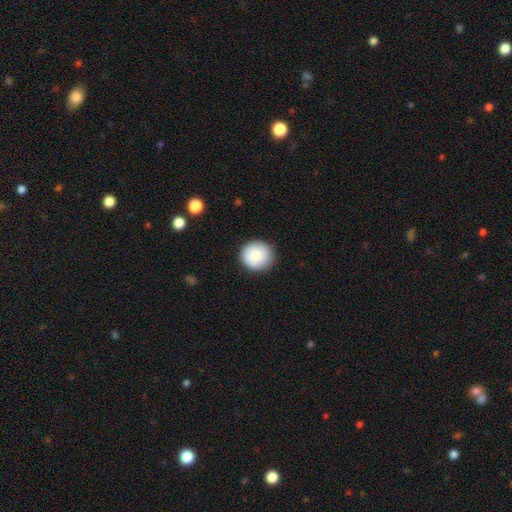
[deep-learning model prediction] Smooth or featured?
  - smooth: 83% *
  - featured or disk: 10%
  - star or artifact: 7%
How rounded?
  - round: 94% *
  - in between: 6%
  - cigar-shaped: 1%
Merging?
  - none: 89% *
  - minor disturbance: 8%
  - major disturbance: 2%
  - merger: 1%